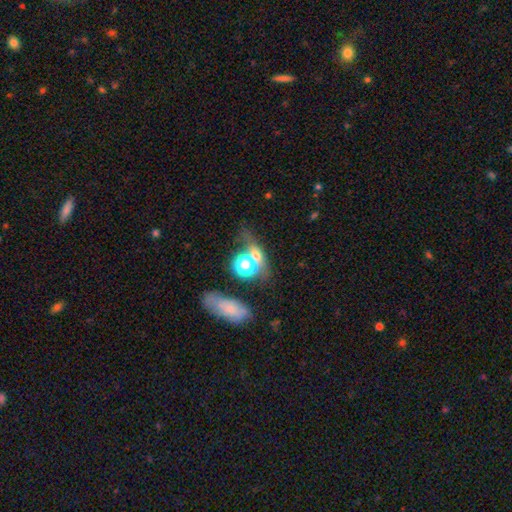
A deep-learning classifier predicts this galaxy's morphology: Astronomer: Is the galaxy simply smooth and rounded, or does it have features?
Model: smooth — 54%.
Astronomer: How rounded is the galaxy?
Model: round — 57% (runner-up: in between, 33%).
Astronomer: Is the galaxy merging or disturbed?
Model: none — 53%.